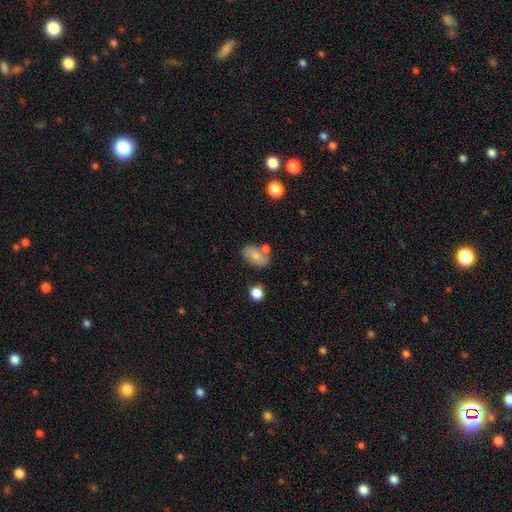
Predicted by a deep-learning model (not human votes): This appears to be a smooth galaxy with no disk features (72%) that is in between round and cigar-shaped (86%). Merging: none (59%).